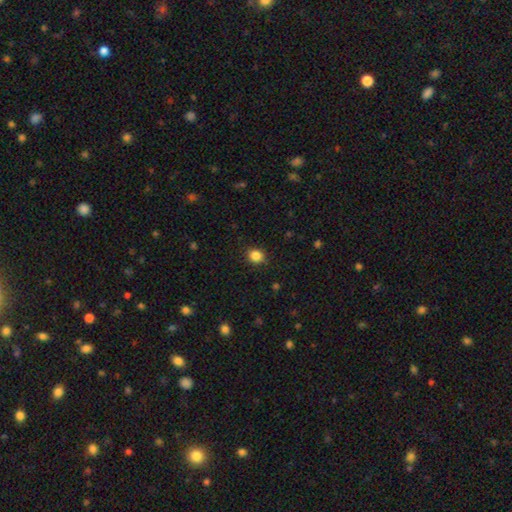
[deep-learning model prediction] Overall: smooth (85%). How rounded: round (74%). Merging: none (88%).